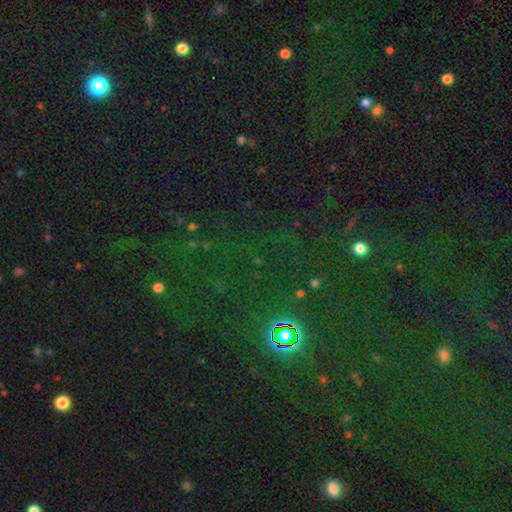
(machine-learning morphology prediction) type=star or artifact (76%).